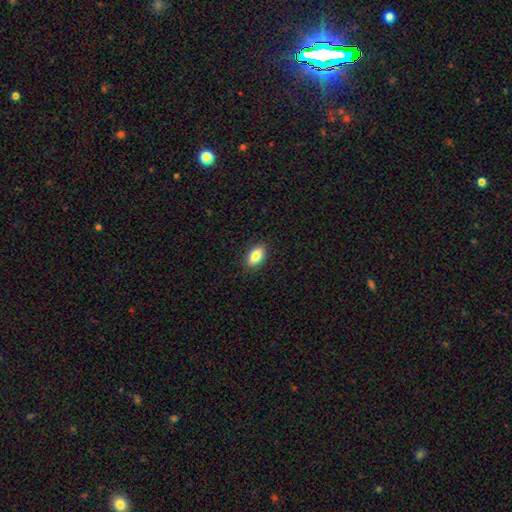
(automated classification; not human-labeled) A smooth galaxy with no disk features (85%) that is in between round and cigar-shaped (91%).

Vote fractions:
- Smooth or featured? smooth: 85% / featured or disk: 8% / star or artifact: 7%
- How rounded? in between: 91% / round: 5% / cigar-shaped: 4%
- Merging? none: 90% / minor disturbance: 8% / major disturbance: 2% / merger: 1%